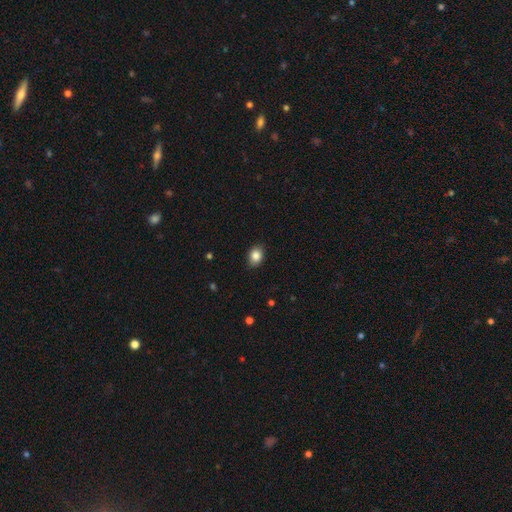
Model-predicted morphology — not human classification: smooth_or_featured: smooth (p=0.85) [alt: star or artifact p=0.09]
how_rounded: in between (p=0.64) [alt: round p=0.35]
merging: none (p=0.88) [alt: minor disturbance p=0.09]